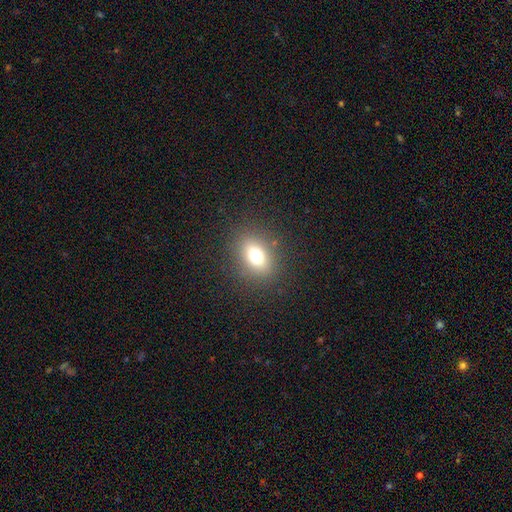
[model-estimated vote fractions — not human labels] Overall: smooth (72%). How rounded: in between (62%; round 35%). Merging: none (85%).